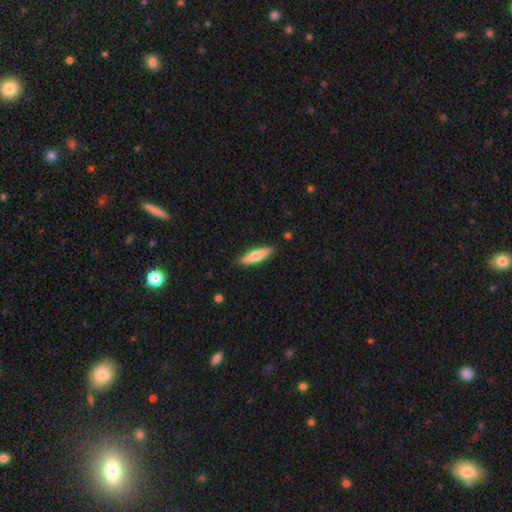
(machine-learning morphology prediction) A smooth galaxy with no disk features (70%) that is cigar-shaped (69%). Merging: none (88%).